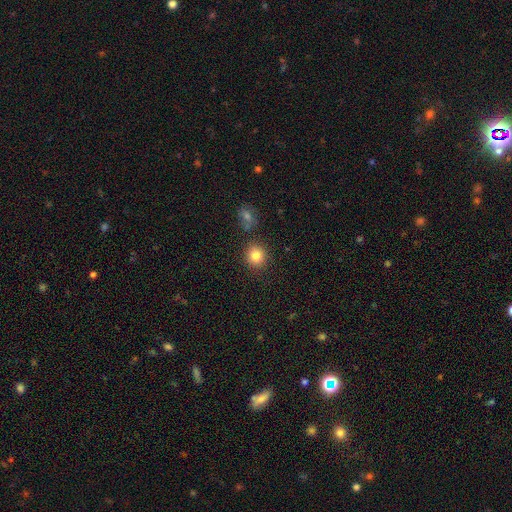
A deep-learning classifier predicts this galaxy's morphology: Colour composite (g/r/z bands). It shows a smooth galaxy with no disk features (82%) that is round (87%). Merging: none (84%).